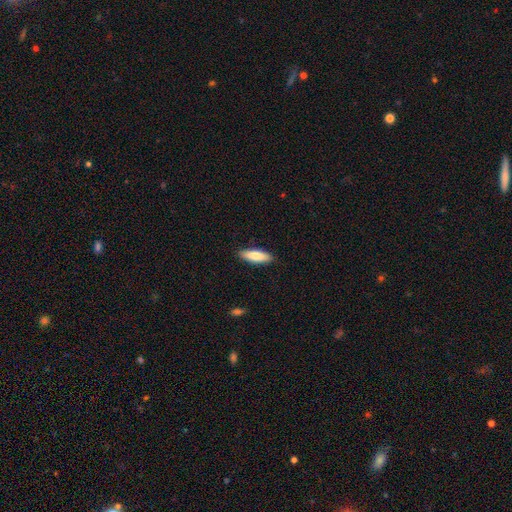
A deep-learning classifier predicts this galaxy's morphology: smooth-or-featured: smooth: 82% | featured or disk: 12% | star or artifact: 6%
  how-rounded: in between: 59% | cigar-shaped: 39% | round: 2%
  merging: none: 88% | minor disturbance: 9% | major disturbance: 2% | merger: 1%